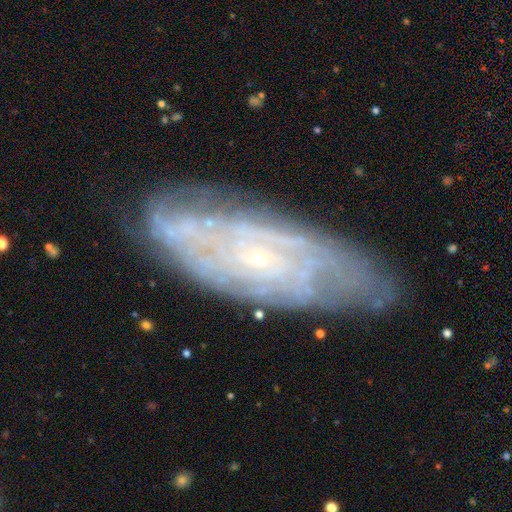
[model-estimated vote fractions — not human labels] A featured or disk galaxy (80%) with no bar (74%), tight (72%) spiral arms (88%) and a small central bulge (87%).

Vote fractions:
- Smooth or featured? featured or disk: 80% / smooth: 13% / star or artifact: 7%
- Edge-on disk? no: 85% / yes: 15%
- Bar? no: 74% / weak: 21% / strong: 6%
- Spiral arms? yes: 88% / no: 12%
- Spiral winding? tight: 72% / medium: 22% / loose: 7%
- Spiral arm count? can't tell: 55% / 2: 13% / 4: 10% / 3: 9% / more than 4: 8% / 1: 5%
- Bulge size? small: 87% / moderate: 8% / none: 2% / large: 1% / dominant: 1%
- Merging? none: 75% / minor disturbance: 18% / major disturbance: 5% / merger: 2%